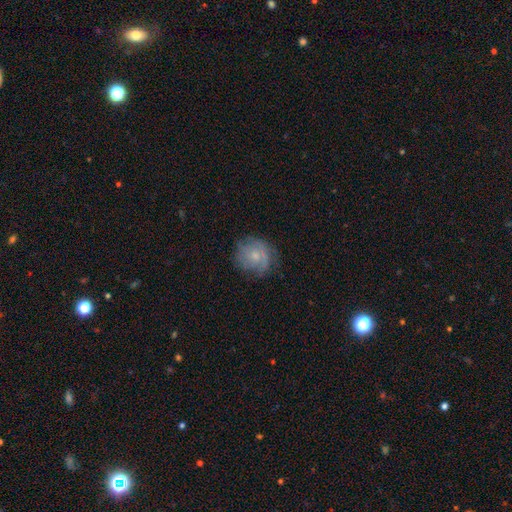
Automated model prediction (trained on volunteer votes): Smooth or featured?
  - featured or disk: 47% *
  - smooth: 44%
  - star or artifact: 9%
Merging?
  - none: 68% *
  - minor disturbance: 21%
  - major disturbance: 10%
  - merger: 1%